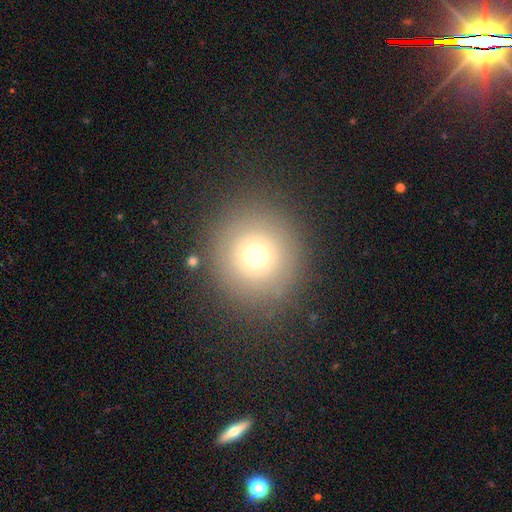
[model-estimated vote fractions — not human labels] A smooth galaxy with no disk features (66%) that is round (93%). Merging: none (86%).